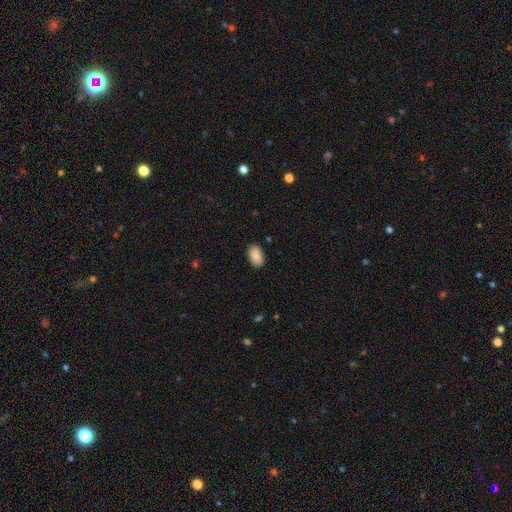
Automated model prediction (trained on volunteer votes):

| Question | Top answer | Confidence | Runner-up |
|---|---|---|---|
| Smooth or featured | smooth | 89% | star or artifact (7%) |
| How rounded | in between | 93% | round (6%) |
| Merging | none | 87% | minor disturbance (10%) |